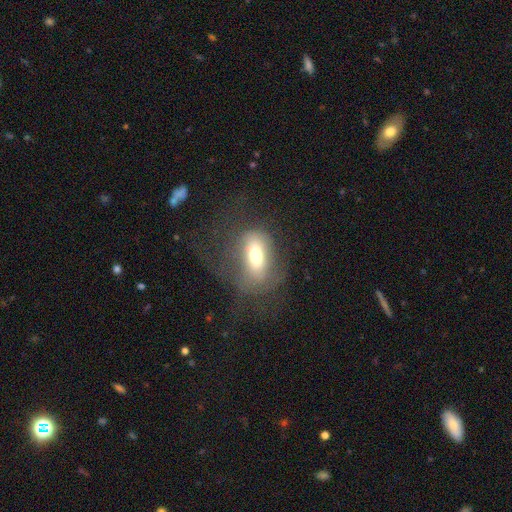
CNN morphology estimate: This appears to be a smooth galaxy with no disk features (59%) that is in between round and cigar-shaped (78%). Merging: none (47%).